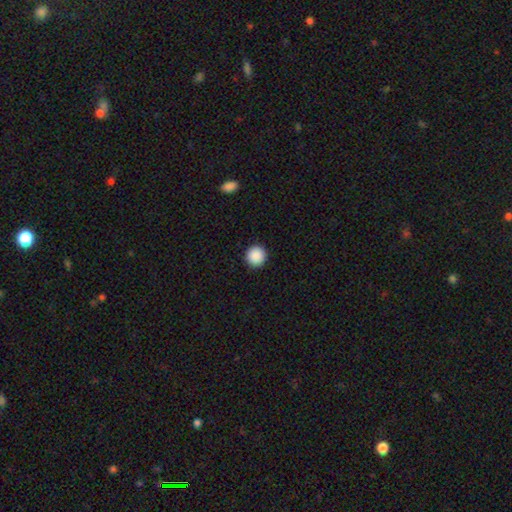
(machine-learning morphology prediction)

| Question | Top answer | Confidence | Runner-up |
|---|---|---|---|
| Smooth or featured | smooth | 89% | star or artifact (8%) |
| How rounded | round | 95% | in between (4%) |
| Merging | none | 93% | minor disturbance (5%) |